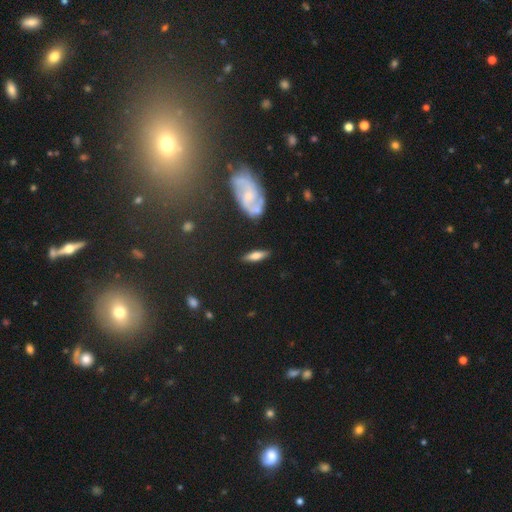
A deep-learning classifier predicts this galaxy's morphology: smooth 57%, featured or disk 36%, star or artifact 8%. Down the decision tree: how rounded — cigar-shaped (56%); merging — none (83%).